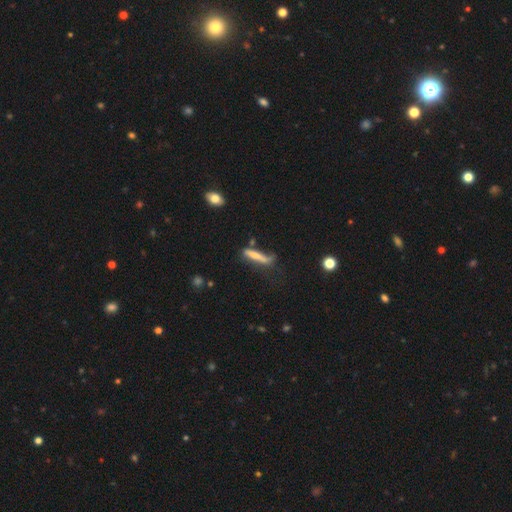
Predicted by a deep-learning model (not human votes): Smooth or featured: smooth — 63% (featured or disk — 28%)
How rounded: cigar-shaped — 86% (in between — 12%)
Merging: none — 40% (minor disturbance — 27%)